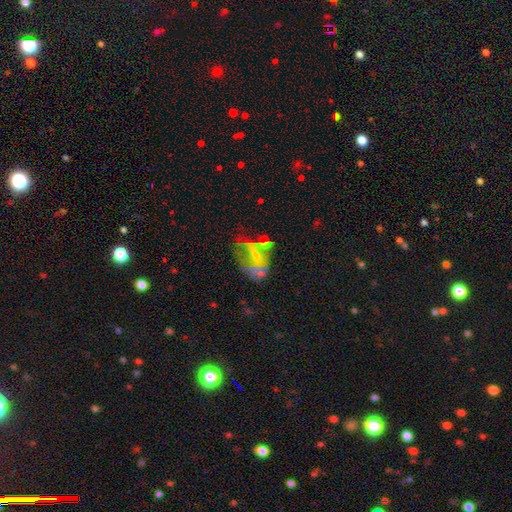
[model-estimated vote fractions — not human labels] featured or disk 49%, smooth 33%, star or artifact 18%. Down the decision tree: merging — major disturbance (35%).